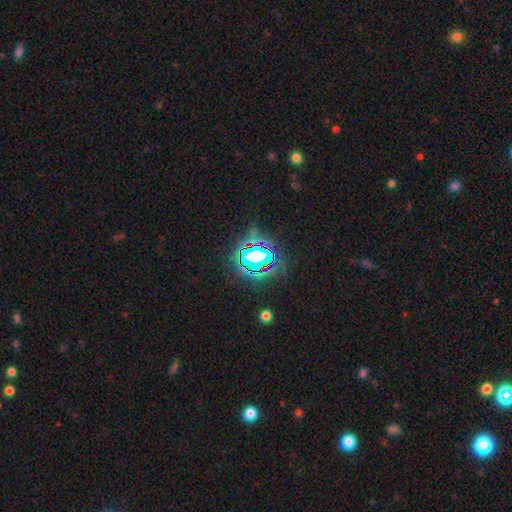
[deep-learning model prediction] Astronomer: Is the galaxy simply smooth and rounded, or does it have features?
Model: star or artifact — 68%.